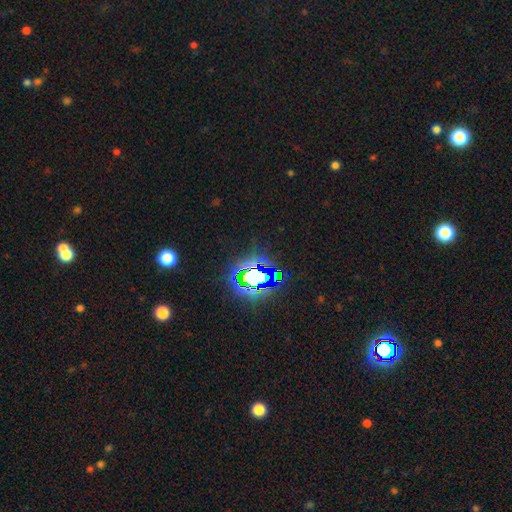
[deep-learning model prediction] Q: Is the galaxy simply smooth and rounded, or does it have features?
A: star or artifact — 77%.